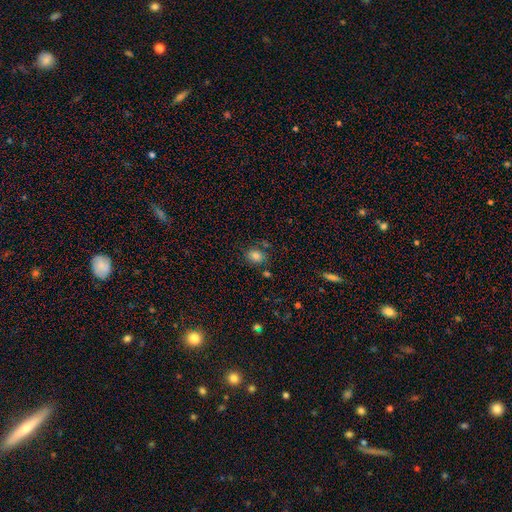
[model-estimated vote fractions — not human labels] The model was most divided on "how rounded": in between: 50%, round: 49%, cigar-shaped: 1%. More confident: smooth or featured — smooth (80%); merging — none (76%).